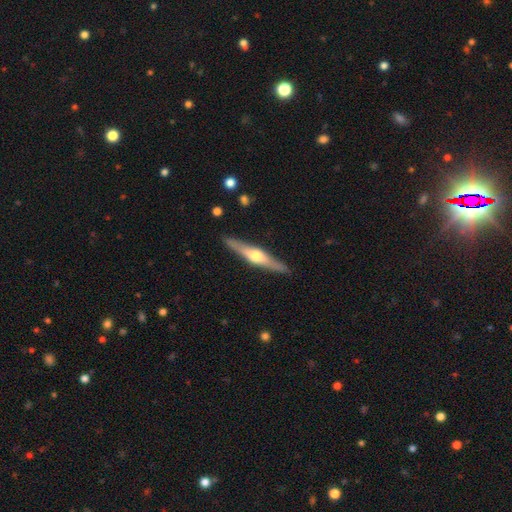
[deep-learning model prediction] A featured or disk galaxy (70%) viewed edge-on (97%) with a rounded central bulge (93%).

Vote fractions:
- Smooth or featured? featured or disk: 70% / smooth: 26% / star or artifact: 5%
- Edge-on disk? yes: 97% / no: 3%
- Edge-on bulge? rounded: 93% / boxy: 4% / none: 3%
- Merging? none: 90% / minor disturbance: 8% / major disturbance: 2% / merger: 1%